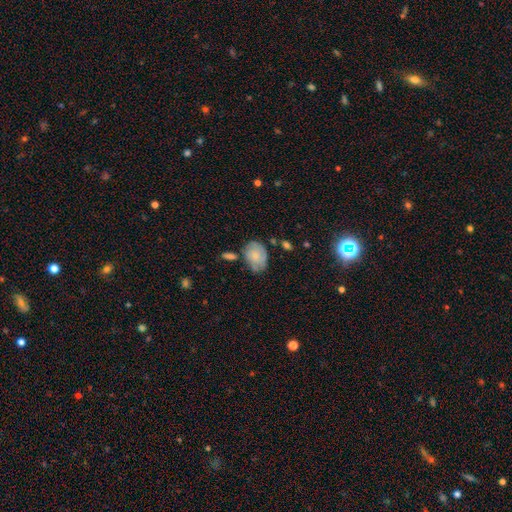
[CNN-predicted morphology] type=smooth (59%); roundness=in between (73%); merging=none (56%).